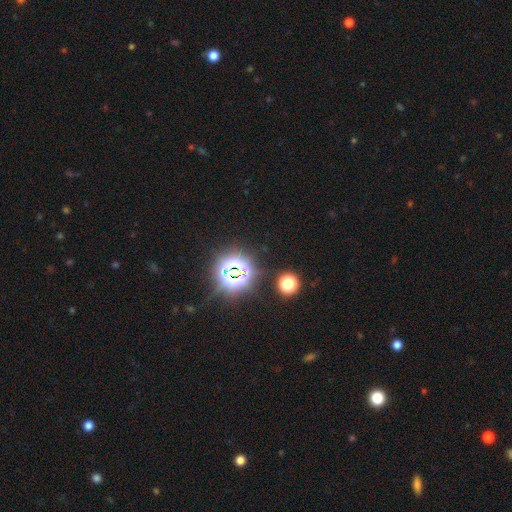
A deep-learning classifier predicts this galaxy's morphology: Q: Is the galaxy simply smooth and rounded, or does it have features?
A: star or artifact — 81%.